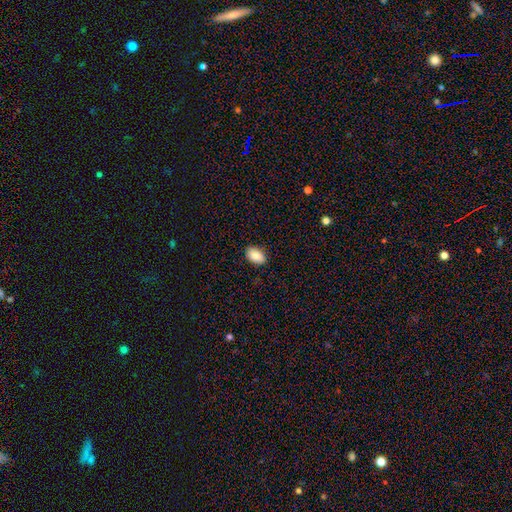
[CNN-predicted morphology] Smooth or featured: smooth — 86% (featured or disk — 7%)
How rounded: in between — 91% (round — 7%)
Merging: none — 89% (minor disturbance — 8%)